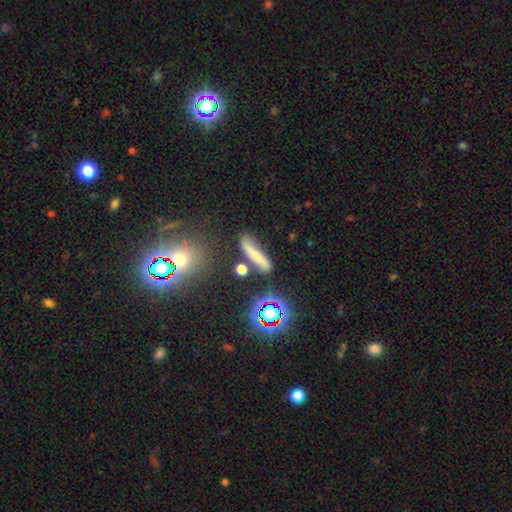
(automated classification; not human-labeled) smooth-or-featured: smooth: 60% | featured or disk: 23% | star or artifact: 17%
  how-rounded: cigar-shaped: 76% | in between: 17% | round: 8%
  merging: none: 66% | minor disturbance: 18% | merger: 10% | major disturbance: 7%